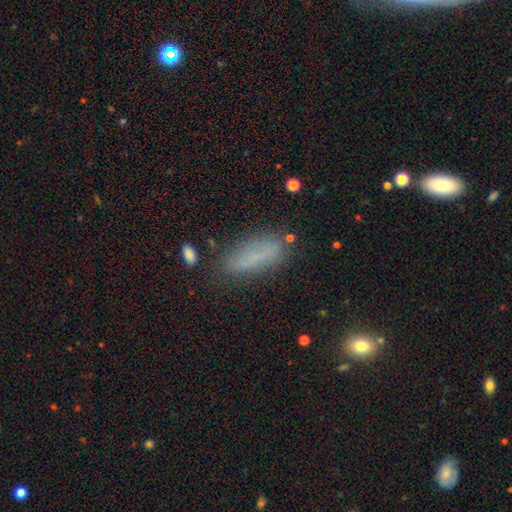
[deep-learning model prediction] A smooth galaxy with no disk features (69%) that is in between round and cigar-shaped (54%).

Vote fractions:
- Smooth or featured? smooth: 69% / featured or disk: 18% / star or artifact: 14%
- How rounded? in between: 54% / cigar-shaped: 43% / round: 3%
- Merging? none: 70% / minor disturbance: 19% / major disturbance: 7% / merger: 4%